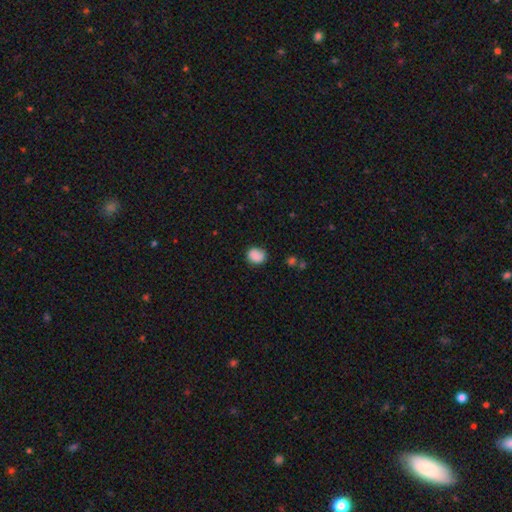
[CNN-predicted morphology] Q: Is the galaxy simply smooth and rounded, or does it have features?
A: smooth — 84%.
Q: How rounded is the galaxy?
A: round — 61%.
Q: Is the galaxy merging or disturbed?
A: none — 76%.